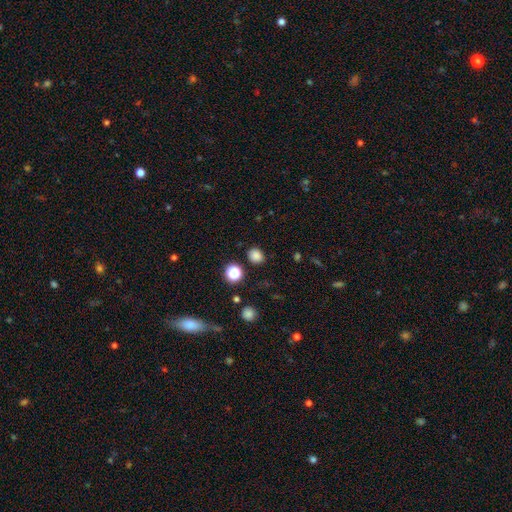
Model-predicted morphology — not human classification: Smooth or featured? smooth (81%)
How rounded? round (68%)
Merging? none (86%)